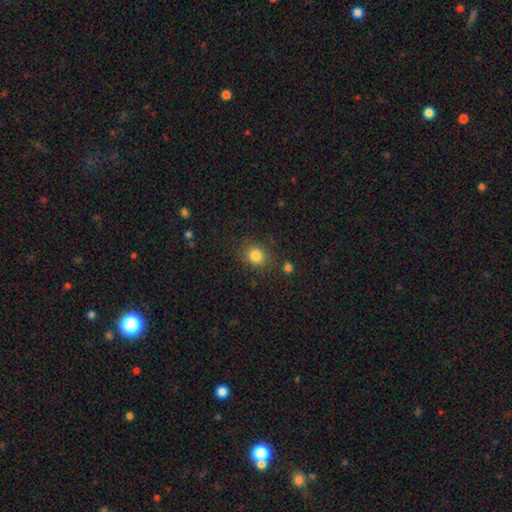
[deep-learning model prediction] smooth_or_featured: smooth (p=0.83) [alt: star or artifact p=0.11]
how_rounded: round (p=0.76) [alt: in between p=0.23]
merging: none (p=0.81) [alt: minor disturbance p=0.11]